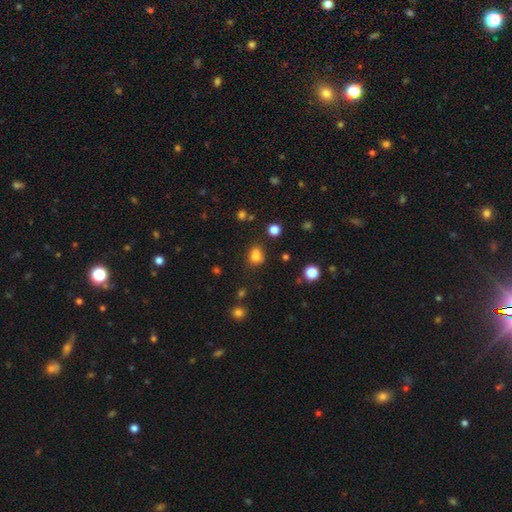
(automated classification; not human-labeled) smooth-or-featured: smooth: 76% | star or artifact: 16% | featured or disk: 7%
  how-rounded: round: 56% | in between: 43% | cigar-shaped: 1%
  merging: none: 61% | merger: 18% | minor disturbance: 16% | major disturbance: 5%